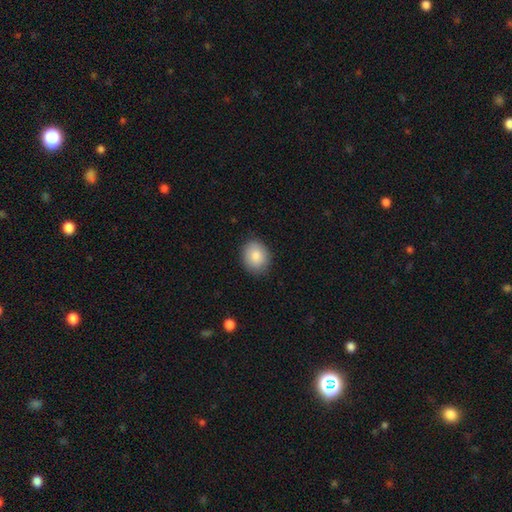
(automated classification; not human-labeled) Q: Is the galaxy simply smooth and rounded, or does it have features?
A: smooth — 86%.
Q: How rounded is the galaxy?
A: round — 53%.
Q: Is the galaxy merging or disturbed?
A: none — 86%.